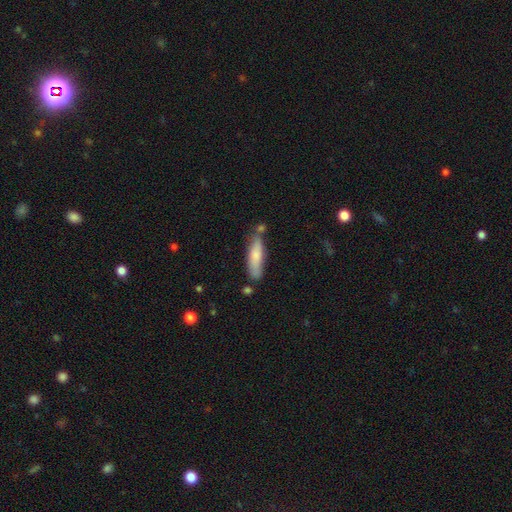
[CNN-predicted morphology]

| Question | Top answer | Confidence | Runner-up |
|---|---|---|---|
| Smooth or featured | smooth | 76% | featured or disk (18%) |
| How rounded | cigar-shaped | 68% | in between (31%) |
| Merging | none | 64% | minor disturbance (21%) |